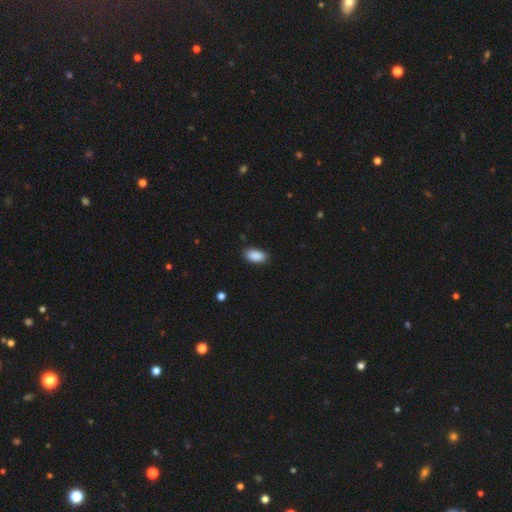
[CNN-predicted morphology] This is clearly a smooth galaxy (90%). How rounded: clearly in between (93%). Merging: clearly none (87%).